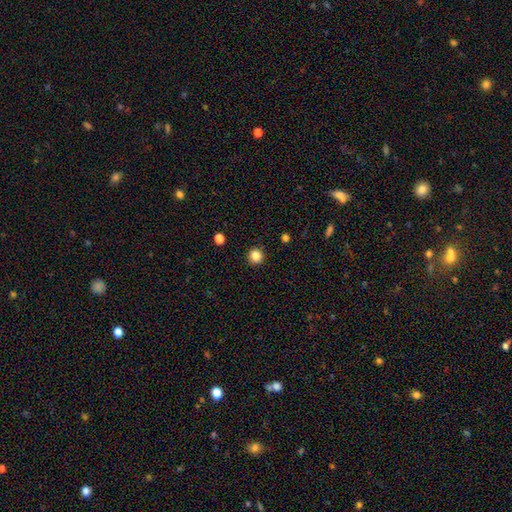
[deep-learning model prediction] Smooth or featured? Predicted: smooth (p=0.85). How rounded? Predicted: round (p=0.93). Merging? Predicted: none (p=0.92).